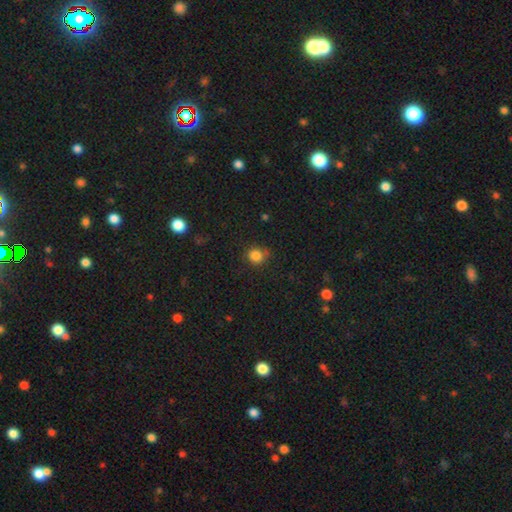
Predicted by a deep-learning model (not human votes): smooth 83%, star or artifact 12%, featured or disk 4%. Down the decision tree: how rounded — round (81%); merging — none (73%).